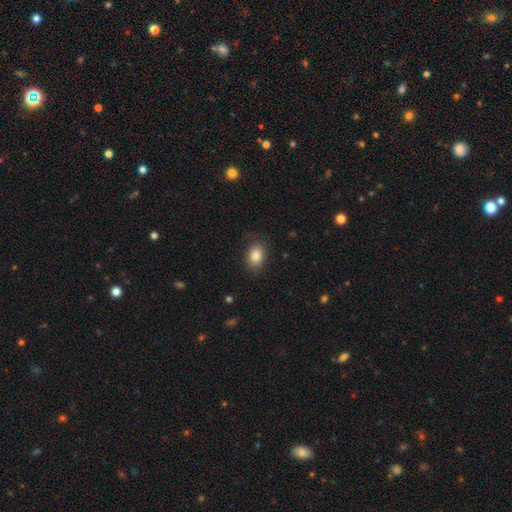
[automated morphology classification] Smooth or featured?
  - smooth: 84% *
  - star or artifact: 8%
  - featured or disk: 8%
How rounded?
  - in between: 75% *
  - round: 24%
  - cigar-shaped: 1%
Merging?
  - none: 81% *
  - minor disturbance: 14%
  - major disturbance: 4%
  - merger: 1%